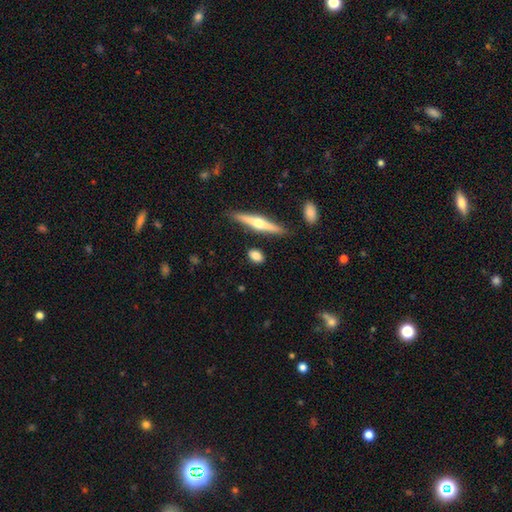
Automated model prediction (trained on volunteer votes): Smooth or featured?
  - smooth: 72% *
  - featured or disk: 21%
  - star or artifact: 7%
How rounded?
  - in between: 57% *
  - round: 23%
  - cigar-shaped: 21%
Merging?
  - none: 84% *
  - minor disturbance: 10%
  - merger: 3%
  - major disturbance: 3%